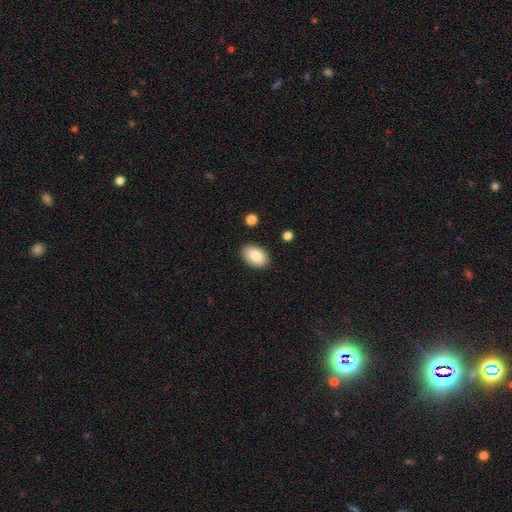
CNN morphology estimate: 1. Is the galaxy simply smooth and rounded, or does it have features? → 86% smooth, 7% featured or disk, 7% star or artifact.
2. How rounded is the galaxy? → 93% in between, 6% round, 1% cigar-shaped.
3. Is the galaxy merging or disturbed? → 88% none, 9% minor disturbance, 2% major disturbance, 1% merger.